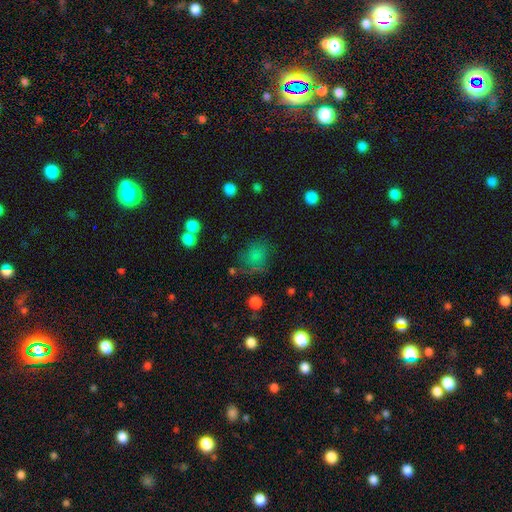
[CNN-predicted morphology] Smooth or featured? smooth (71%)
How rounded? round (70%)
Merging? none (54%)